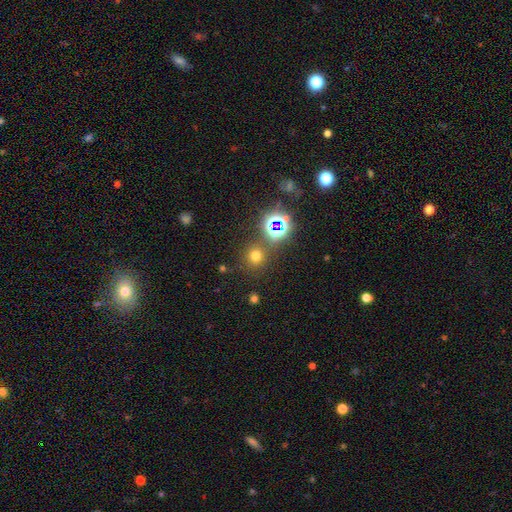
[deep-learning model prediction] Smooth or featured: smooth — 62% (star or artifact — 30%)
How rounded: round — 89% (in between — 9%)
Merging: none — 81% (minor disturbance — 8%)